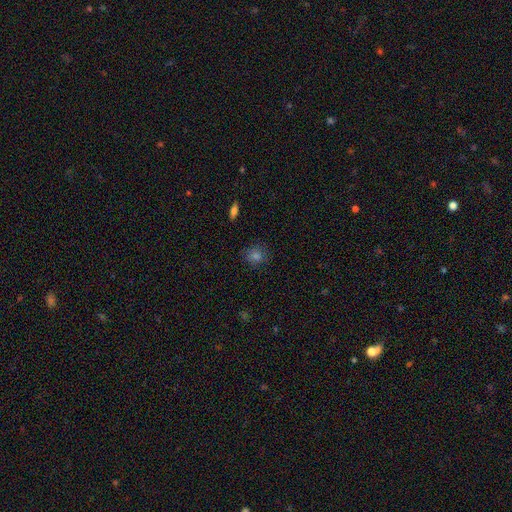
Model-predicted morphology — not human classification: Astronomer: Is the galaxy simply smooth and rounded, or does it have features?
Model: smooth — 74%.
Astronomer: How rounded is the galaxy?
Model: round — 83%.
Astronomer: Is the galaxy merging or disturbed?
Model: none — 86%.